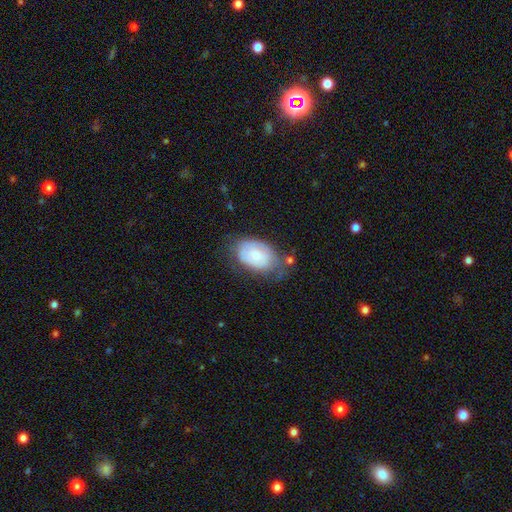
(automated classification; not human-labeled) Overall: smooth (59%; featured or disk 34%). How rounded: in between (87%). Merging: none (47%; minor disturbance 34%).